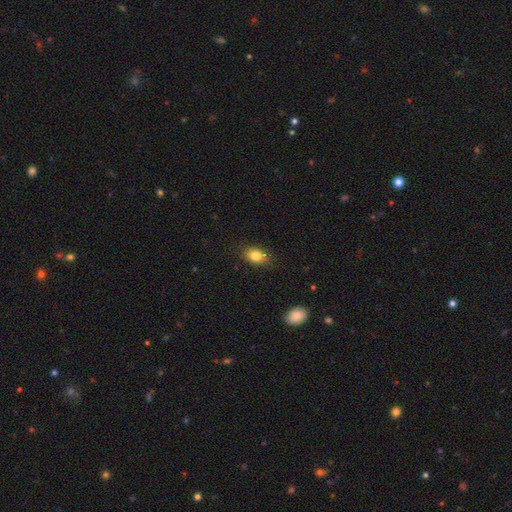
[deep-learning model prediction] A smooth galaxy with no disk features (82%) that is in between round and cigar-shaped (69%). Merging: none (78%).